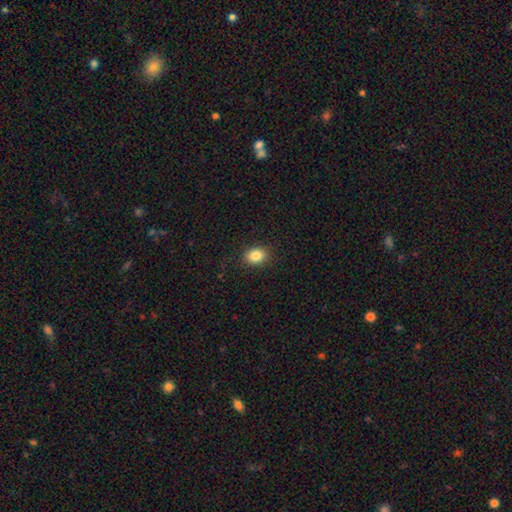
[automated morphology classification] Overall: smooth (85%). How rounded: in between (57%; round 42%). Merging: none (88%).